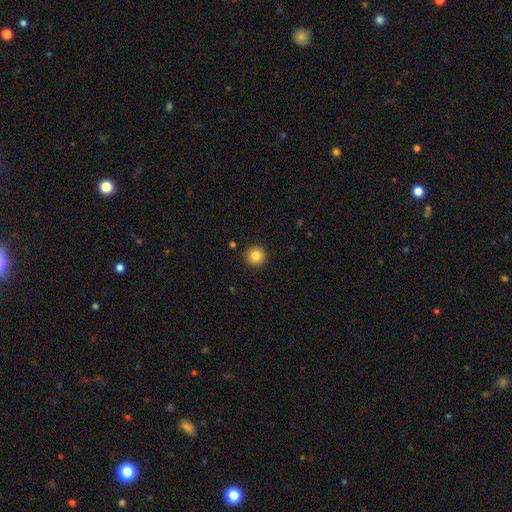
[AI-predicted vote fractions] This appears to be a smooth galaxy with no disk features (85%) that is round (95%). Merging: none (92%).